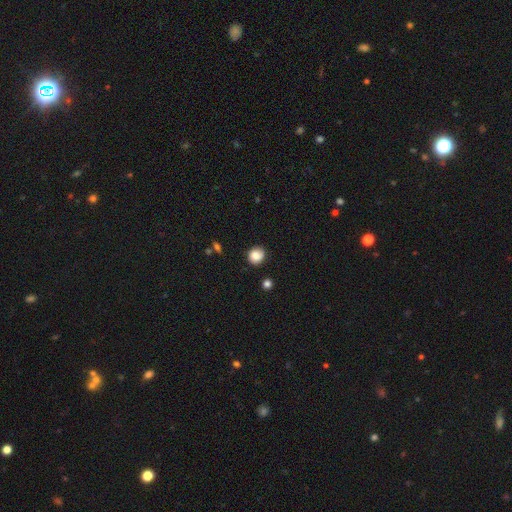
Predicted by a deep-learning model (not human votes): Q: Smooth or featured?
A: smooth (85%); runner-up: star or artifact (9%)
Q: How rounded?
A: round (84%); runner-up: in between (15%)
Q: Merging?
A: none (82%); runner-up: minor disturbance (13%)